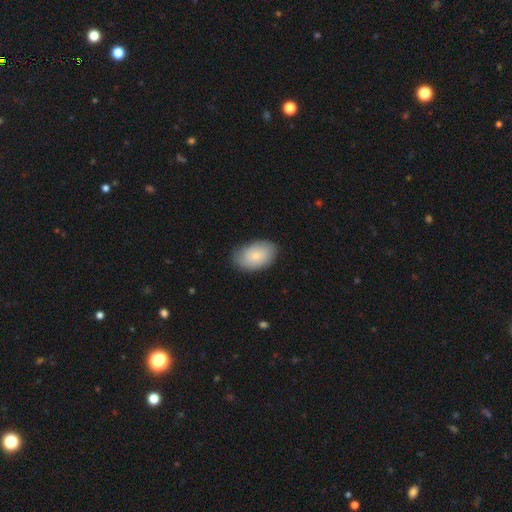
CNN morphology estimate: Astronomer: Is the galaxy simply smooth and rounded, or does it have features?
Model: smooth — 79%.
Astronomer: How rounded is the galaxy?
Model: in between — 90%.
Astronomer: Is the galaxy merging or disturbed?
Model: none — 77%.